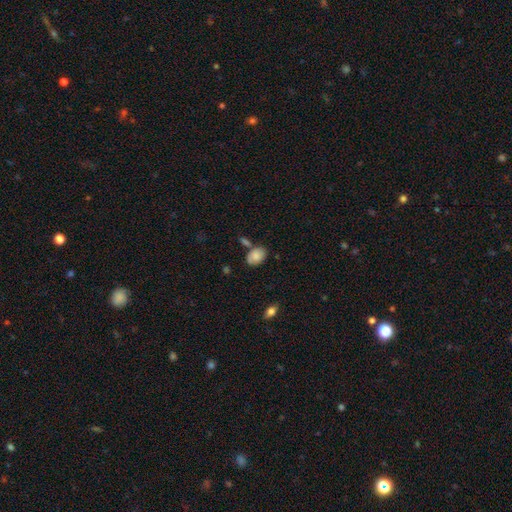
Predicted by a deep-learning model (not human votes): Overall: smooth (79%). How rounded: in between (84%). Merging: none (62%).